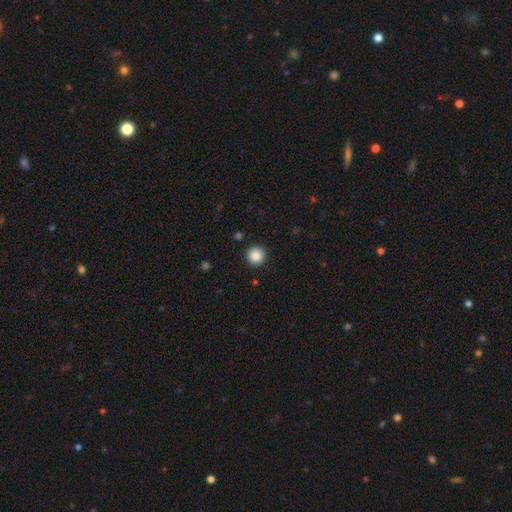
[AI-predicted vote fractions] smooth 87%, star or artifact 9%, featured or disk 4%. Down the decision tree: how rounded — round (96%); merging — none (92%).